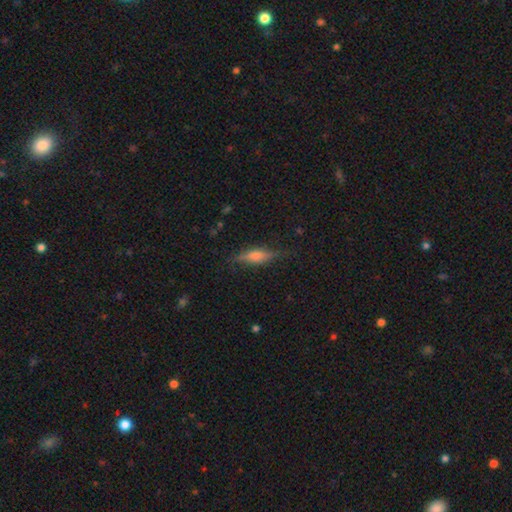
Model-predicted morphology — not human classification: The model was most divided on "smooth or featured": featured or disk: 53%, smooth: 38%, star or artifact: 9%. More confident: edge-on disk — yes (92%); merging — none (77%).